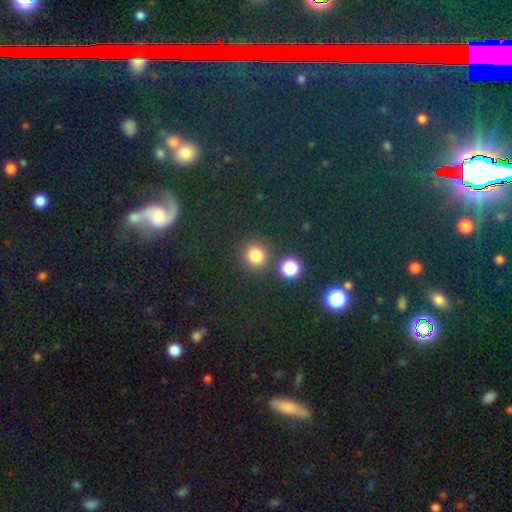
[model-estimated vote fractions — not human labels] This is likely a smooth galaxy (78%). How rounded: clearly round (89%). Merging: clearly none (81%).